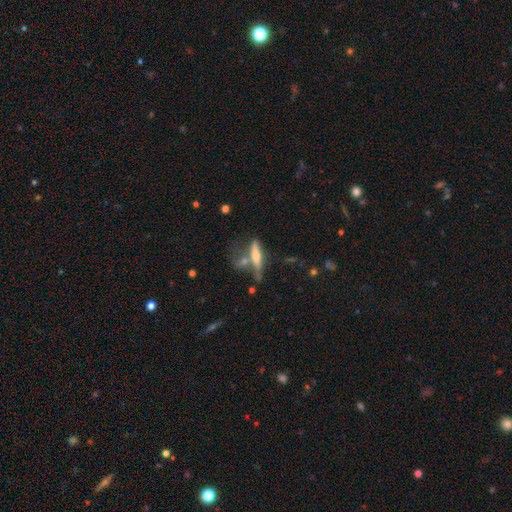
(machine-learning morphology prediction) Smooth or featured? featured or disk (51%)
Edge-on disk? yes (88%)
Merging? none (47%)